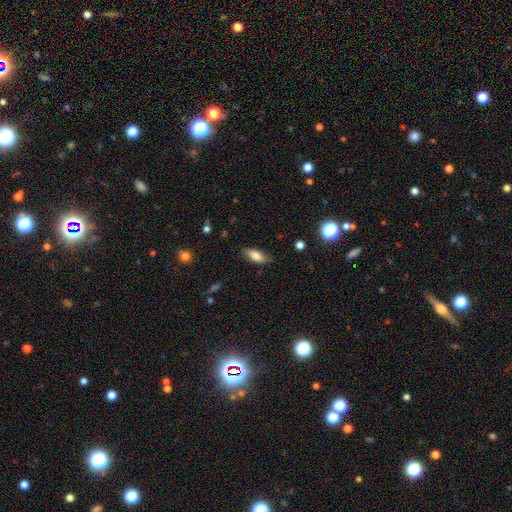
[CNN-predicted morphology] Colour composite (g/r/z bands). It shows a smooth galaxy with no disk features (78%) that is in between round and cigar-shaped (73%). Merging: none (83%).